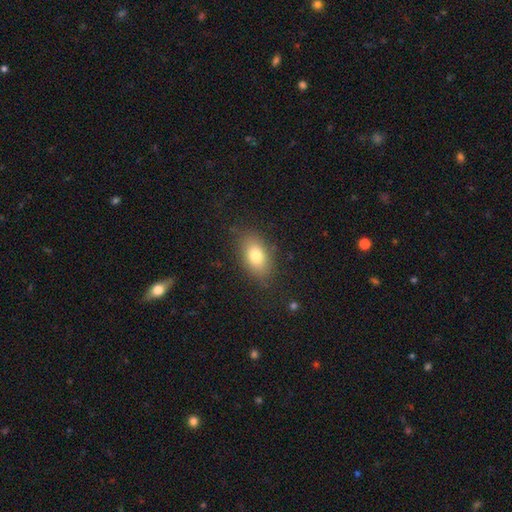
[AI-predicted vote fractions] The model was most divided on "smooth or featured": smooth: 78%, featured or disk: 13%, star or artifact: 9%. More confident: how rounded — in between (87%); merging — none (82%).